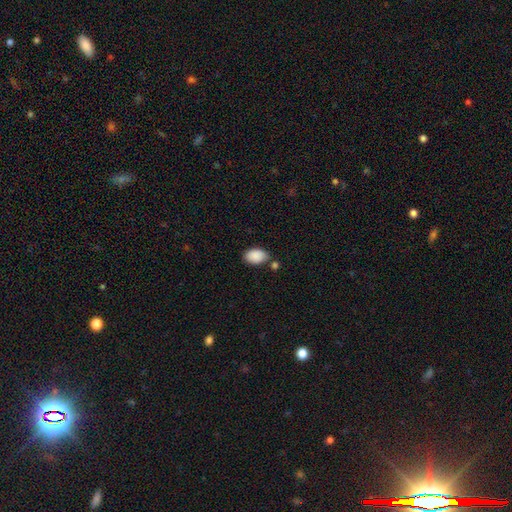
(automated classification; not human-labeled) A smooth galaxy with no disk features (89%) that is in between round and cigar-shaped (89%).

Vote fractions:
- Smooth or featured? smooth: 89% / star or artifact: 7% / featured or disk: 4%
- How rounded? in between: 89% / round: 10% / cigar-shaped: 1%
- Merging? none: 67% / minor disturbance: 16% / merger: 13% / major disturbance: 4%